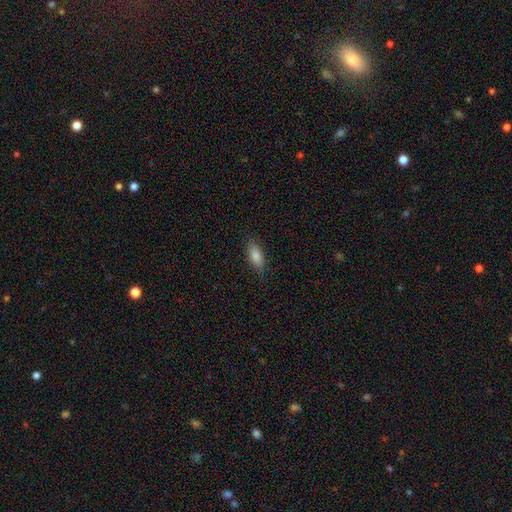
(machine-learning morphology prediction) Smooth or featured? Predicted: smooth (p=0.85). How rounded? Predicted: in between (p=0.75). Merging? Predicted: none (p=0.85).